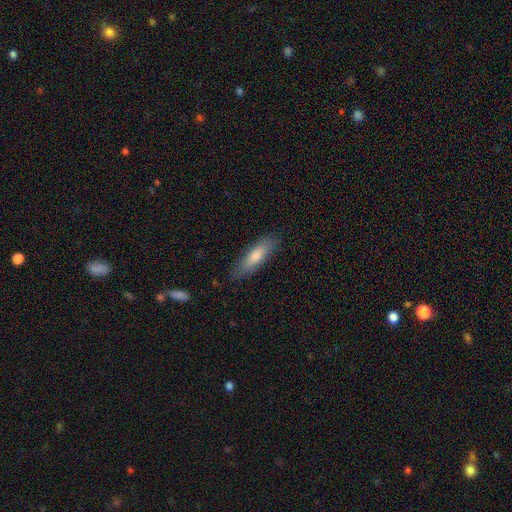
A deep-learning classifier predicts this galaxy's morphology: The model was most divided on "how rounded": cigar-shaped: 65%, in between: 33%, round: 2%. More confident: merging — none (83%); smooth or featured — smooth (72%).